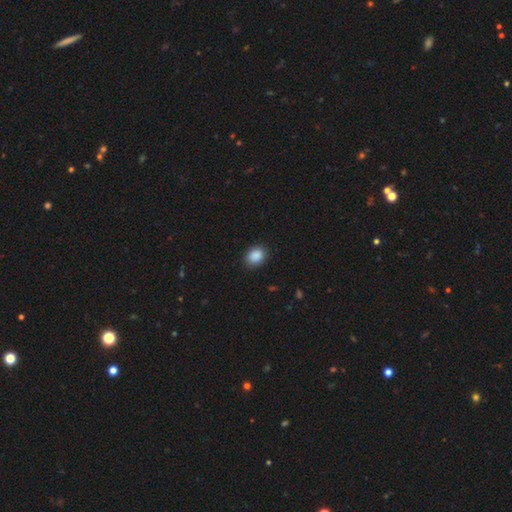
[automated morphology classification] This appears to be a smooth galaxy with no disk features (89%) that is in between round and cigar-shaped (58%). Merging: none (87%).